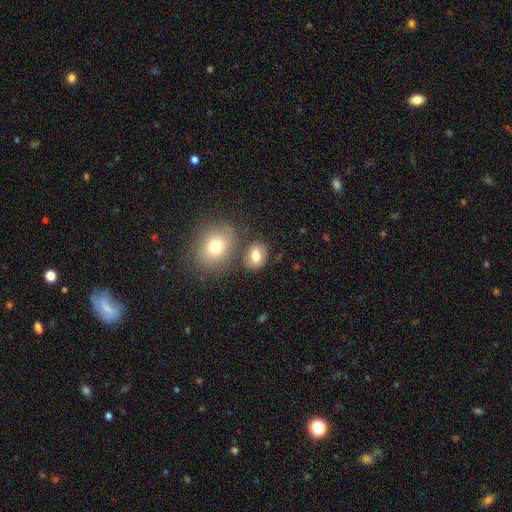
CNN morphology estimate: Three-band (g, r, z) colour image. It shows a smooth galaxy with no disk features (77%) that is in between round and cigar-shaped (64%). Merging: none (68%).